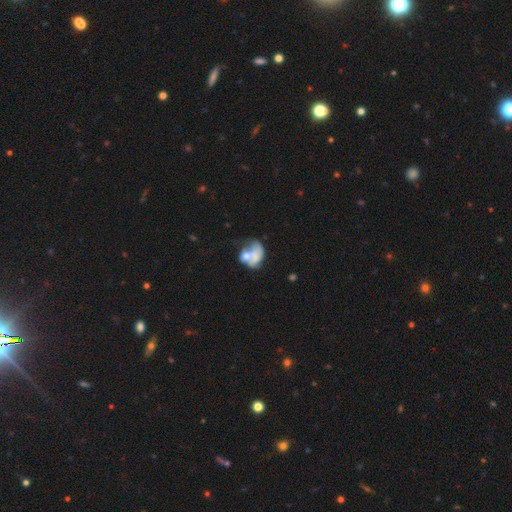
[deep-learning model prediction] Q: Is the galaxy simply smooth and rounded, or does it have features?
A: smooth — 47%.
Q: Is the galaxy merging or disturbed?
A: merger — 46%.